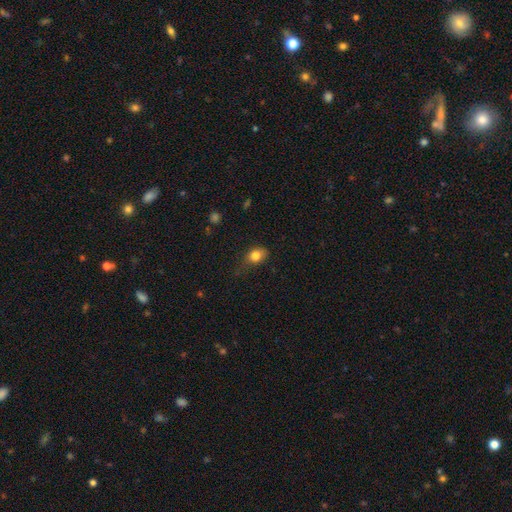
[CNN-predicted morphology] Q: Smooth or featured?
A: smooth (81%); runner-up: star or artifact (10%)
Q: How rounded?
A: in between (64%); runner-up: round (34%)
Q: Merging?
A: none (55%); runner-up: minor disturbance (32%)